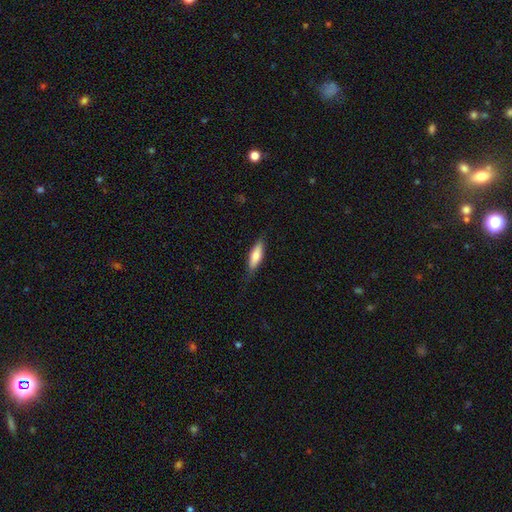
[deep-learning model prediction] Overall: smooth (70%). How rounded: cigar-shaped (51%; in between 47%). Merging: none (80%).